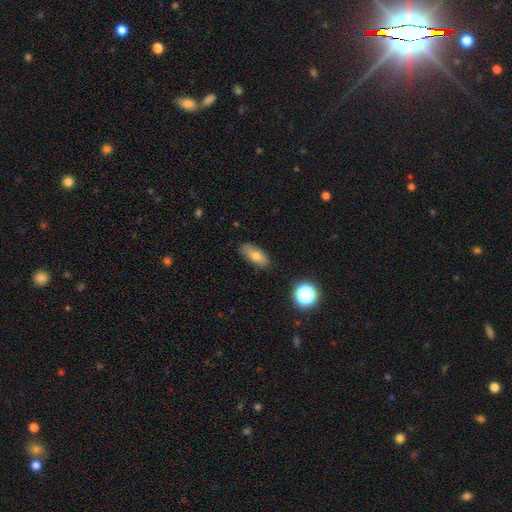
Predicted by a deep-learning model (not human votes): Overall: smooth (72%). How rounded: in between (77%). Merging: none (80%).